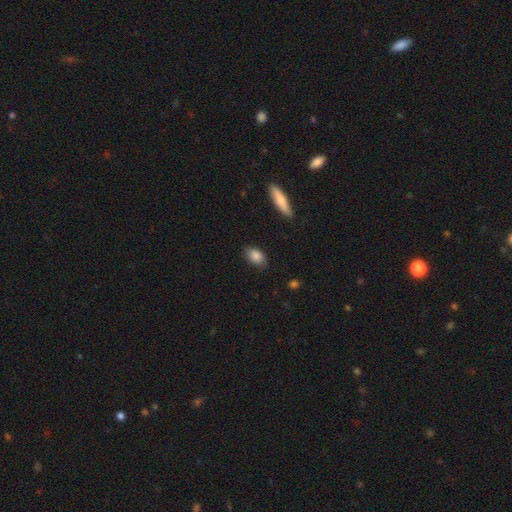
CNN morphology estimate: smooth_or_featured: smooth (p=0.85) [alt: featured or disk p=0.08]
how_rounded: in between (p=0.86) [alt: round p=0.11]
merging: none (p=0.83) [alt: minor disturbance p=0.13]